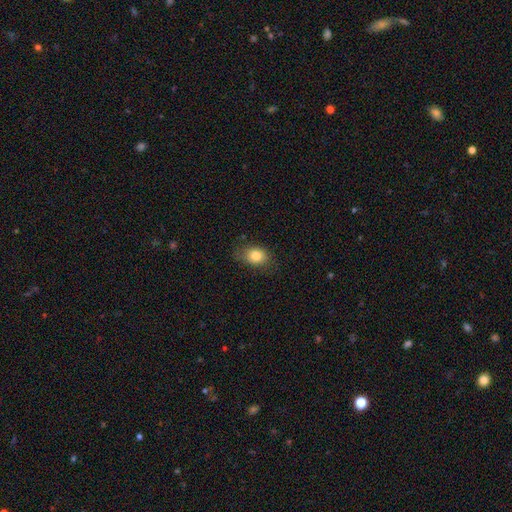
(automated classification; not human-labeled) A smooth galaxy with no disk features (82%) that is in between round and cigar-shaped (70%). Merging: none (72%).